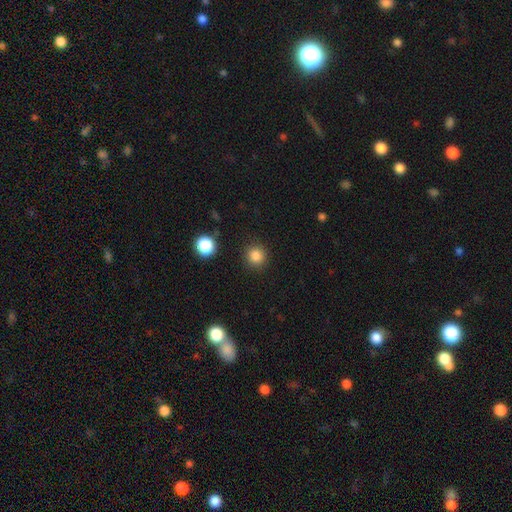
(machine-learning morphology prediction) Overall: smooth (84%). How rounded: round (92%). Merging: none (89%).